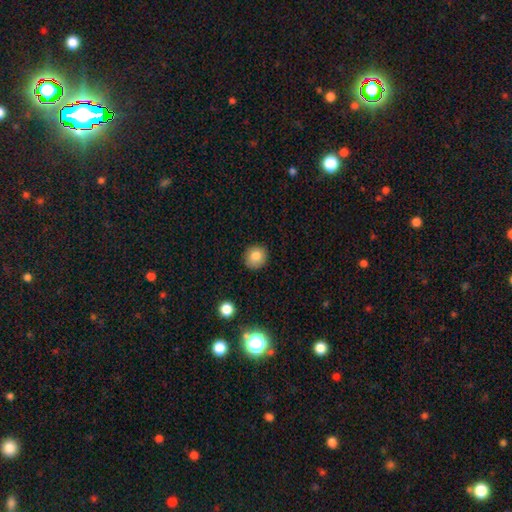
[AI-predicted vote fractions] This is clearly a smooth galaxy (81%). How rounded: clearly round (86%). Merging: clearly none (89%).